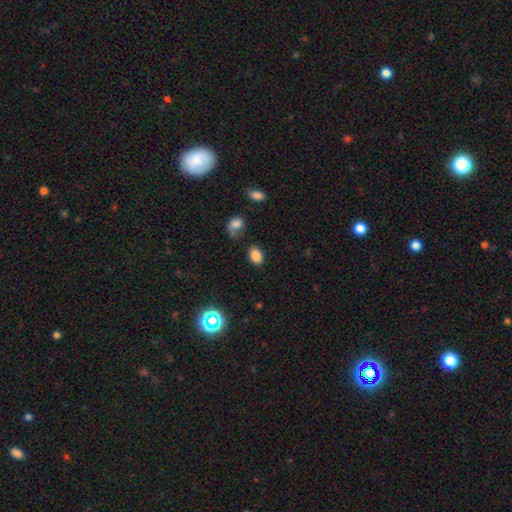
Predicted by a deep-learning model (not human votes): Smooth or featured: smooth — 84% (star or artifact — 11%)
How rounded: in between — 80% (round — 19%)
Merging: none — 77% (minor disturbance — 15%)